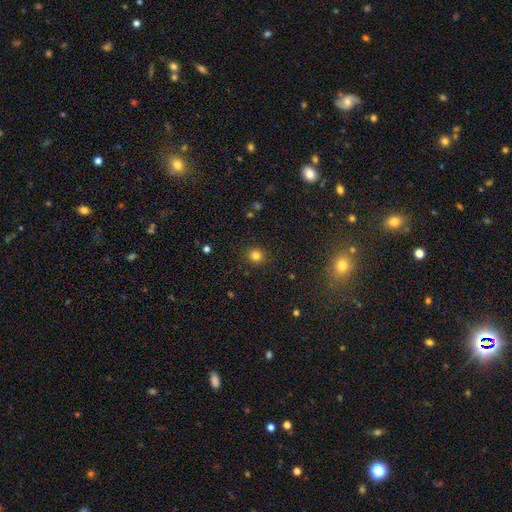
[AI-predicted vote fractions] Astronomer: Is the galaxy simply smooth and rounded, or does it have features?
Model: smooth — 81%.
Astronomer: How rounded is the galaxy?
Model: round — 91%.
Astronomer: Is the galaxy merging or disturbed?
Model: none — 90%.